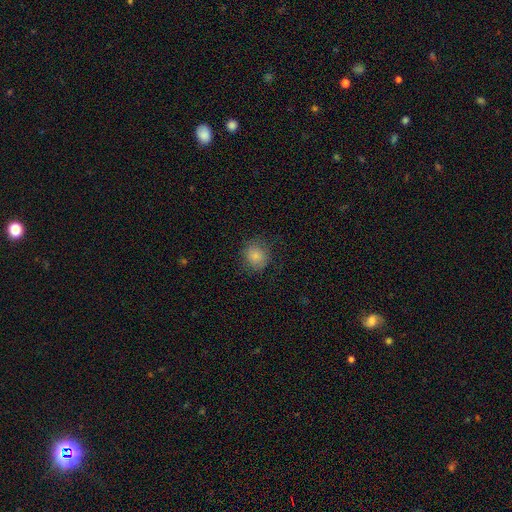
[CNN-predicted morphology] Smooth or featured? smooth (83%)
How rounded? round (84%)
Merging? none (77%)